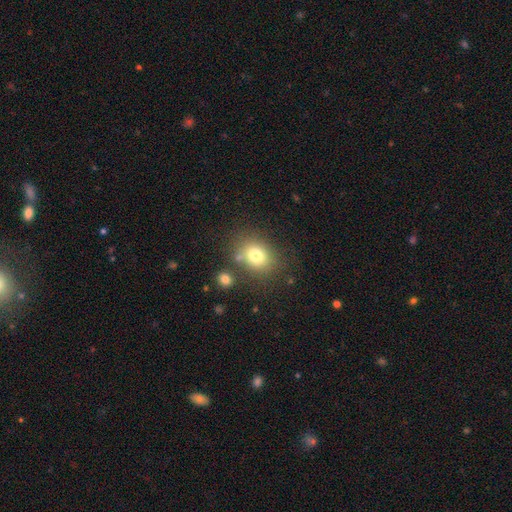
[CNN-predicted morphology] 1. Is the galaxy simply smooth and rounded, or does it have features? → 77% smooth, 12% star or artifact, 11% featured or disk.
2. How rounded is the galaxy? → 52% round, 47% in between, 1% cigar-shaped.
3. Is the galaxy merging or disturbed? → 71% none, 13% minor disturbance, 11% merger, 5% major disturbance.